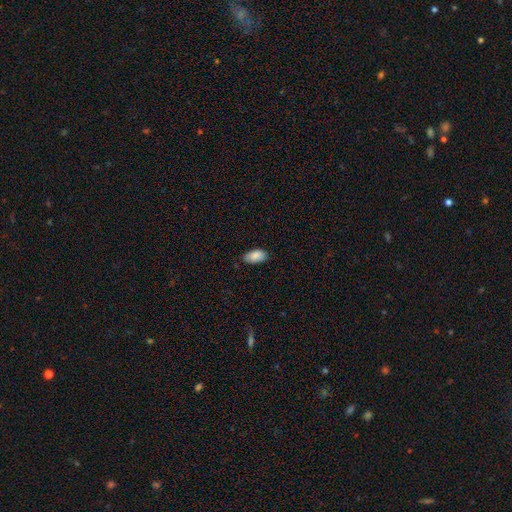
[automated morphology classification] Smooth or featured: smooth — 86% (featured or disk — 7%)
How rounded: in between — 95% (round — 3%)
Merging: none — 77% (minor disturbance — 20%)